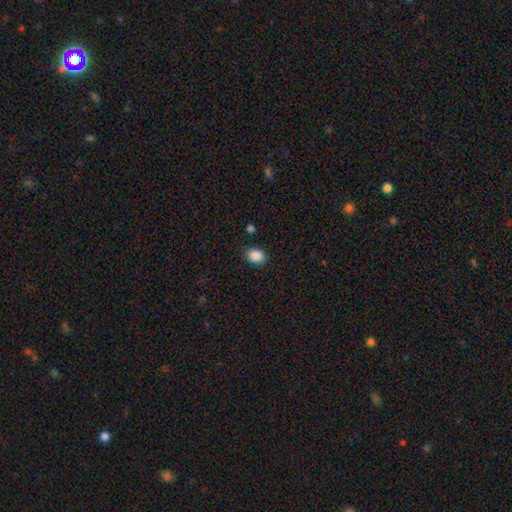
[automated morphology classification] Overall: smooth (88%). How rounded: in between (65%; round 35%). Merging: none (87%).